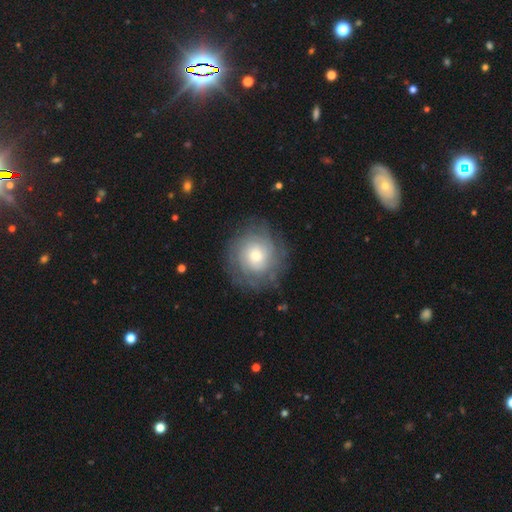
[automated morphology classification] smooth_or_featured: featured or disk (p=0.58) [alt: smooth p=0.33]
disk_edge_on: no (p=0.97) [alt: yes p=0.03]
bar: no (p=0.80) [alt: weak p=0.17]
has_spiral_arms: yes (p=0.82) [alt: no p=0.18]
bulge_size: moderate (p=0.56) [alt: small p=0.24]
merging: none (p=0.80) [alt: minor disturbance p=0.13]